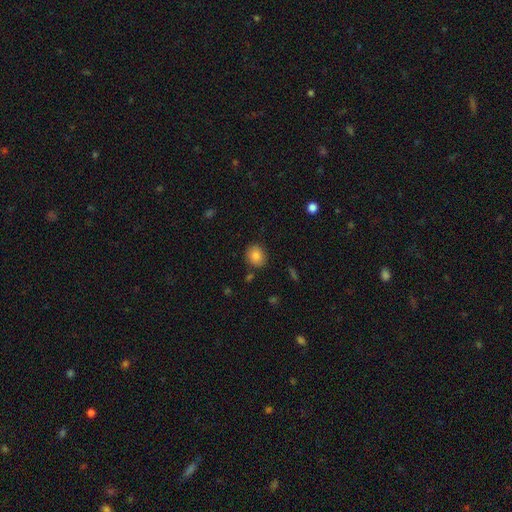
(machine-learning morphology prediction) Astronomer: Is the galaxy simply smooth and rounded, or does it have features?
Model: smooth — 84%.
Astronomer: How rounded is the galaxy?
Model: round — 66%.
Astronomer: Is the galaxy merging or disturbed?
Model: none — 84%.